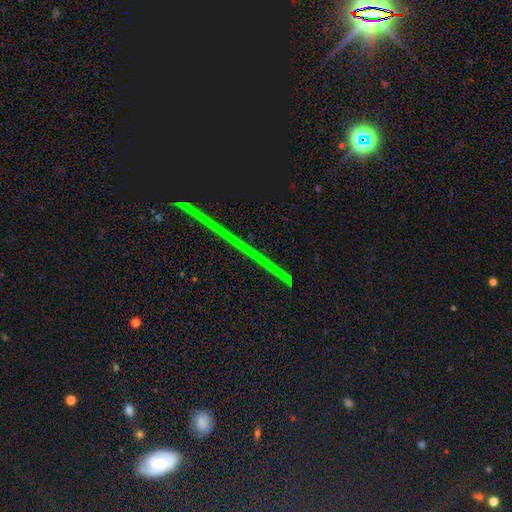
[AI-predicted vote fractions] This appears to be a star or artifact, not a galaxy (76%).